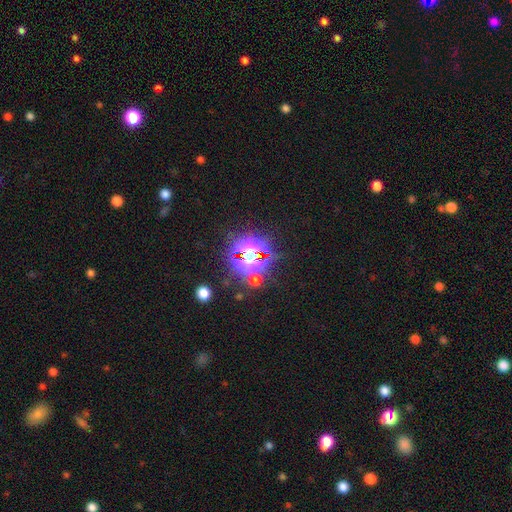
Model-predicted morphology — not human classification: star or artifact 72%, smooth 19%, featured or disk 10%.